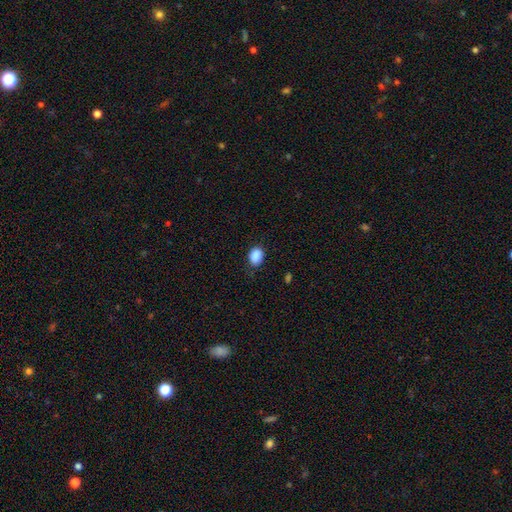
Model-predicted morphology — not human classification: smooth 89%, star or artifact 8%, featured or disk 3%. Down the decision tree: how rounded — in between (69%); merging — none (77%).